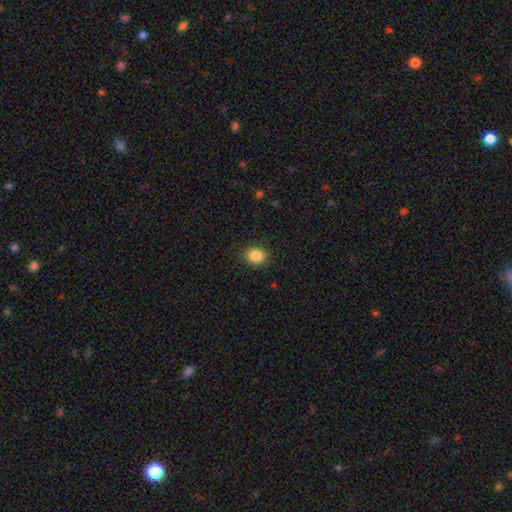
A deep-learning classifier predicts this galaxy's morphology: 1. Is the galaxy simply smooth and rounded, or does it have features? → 87% smooth, 9% star or artifact, 4% featured or disk.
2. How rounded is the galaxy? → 54% round, 45% in between, 1% cigar-shaped.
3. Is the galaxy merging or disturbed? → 88% none, 9% minor disturbance, 3% major disturbance, 1% merger.